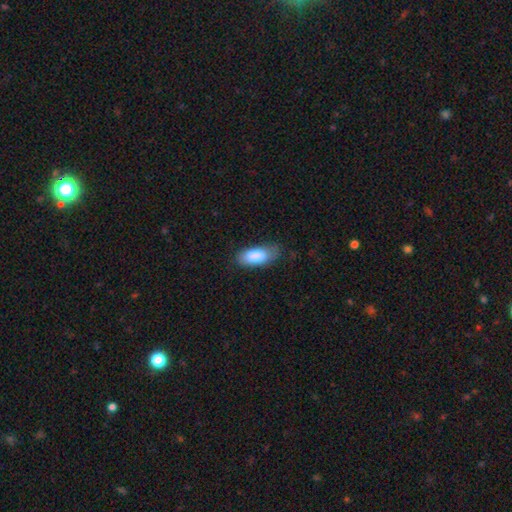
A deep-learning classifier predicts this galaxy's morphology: A smooth galaxy with no disk features (83%) that is in between round and cigar-shaped (84%).

Vote fractions:
- Smooth or featured? smooth: 83% / featured or disk: 10% / star or artifact: 7%
- How rounded? in between: 84% / cigar-shaped: 14% / round: 2%
- Merging? none: 65% / minor disturbance: 26% / major disturbance: 7% / merger: 2%